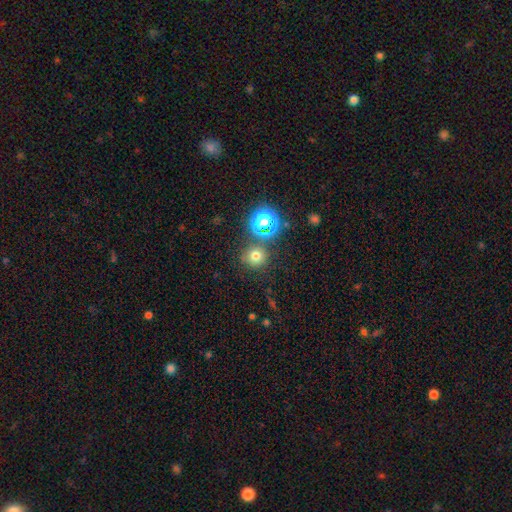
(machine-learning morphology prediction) type=smooth (69%); roundness=round (92%); merging=none (79%).